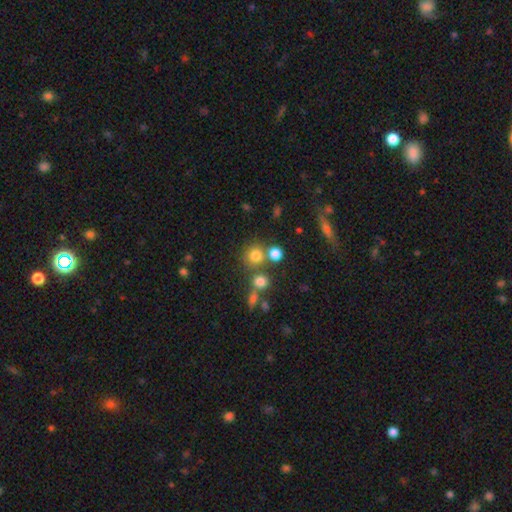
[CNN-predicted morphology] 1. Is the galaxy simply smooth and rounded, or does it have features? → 75% smooth, 16% star or artifact, 9% featured or disk.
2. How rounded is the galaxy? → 89% round, 10% in between, 1% cigar-shaped.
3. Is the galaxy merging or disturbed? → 66% none, 20% merger, 9% minor disturbance, 4% major disturbance.